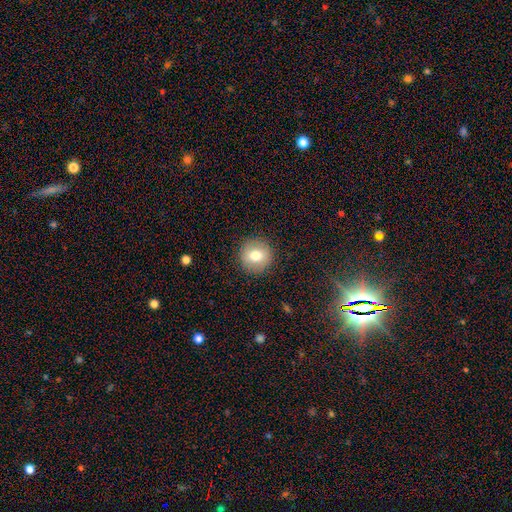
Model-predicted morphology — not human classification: Smooth or featured? Predicted: smooth (p=0.72). How rounded? Predicted: round (p=0.94). Merging? Predicted: none (p=0.90).